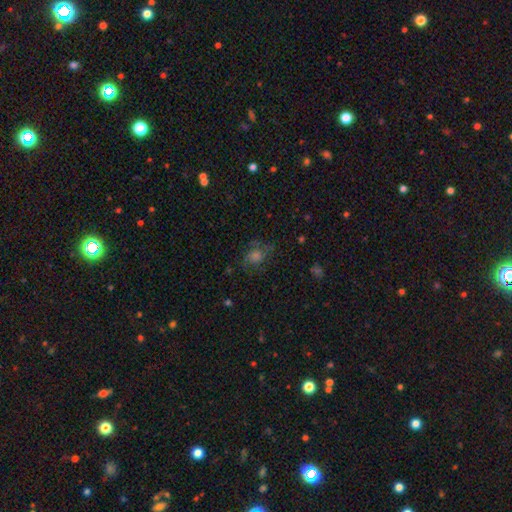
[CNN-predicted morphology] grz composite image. It shows a featured or disk galaxy (39%). Merging: none (64%).